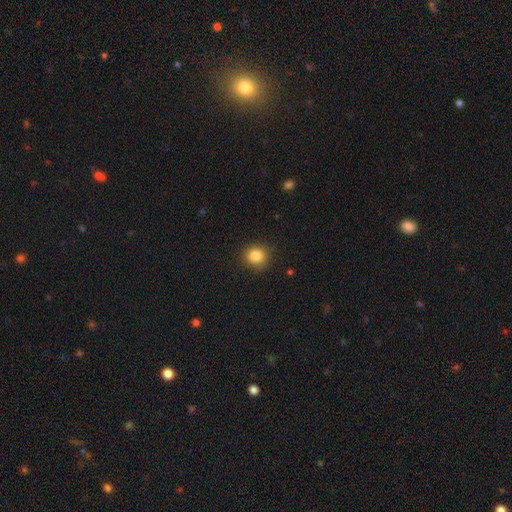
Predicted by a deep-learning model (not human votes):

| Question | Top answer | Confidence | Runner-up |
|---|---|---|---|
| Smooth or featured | smooth | 84% | star or artifact (11%) |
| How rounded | round | 88% | in between (11%) |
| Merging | none | 88% | minor disturbance (9%) |